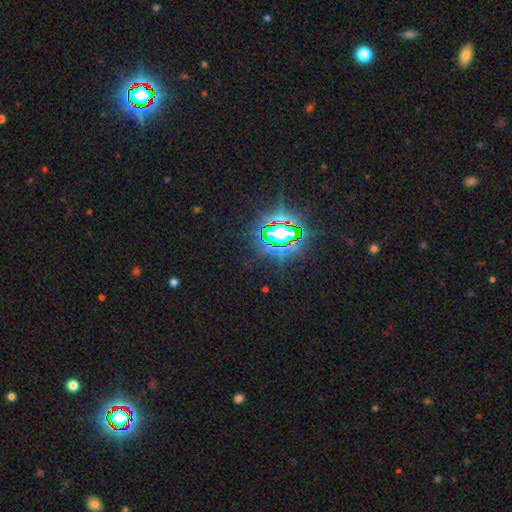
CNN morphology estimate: smooth_or_featured: star or artifact (p=0.84) [alt: smooth p=0.09]